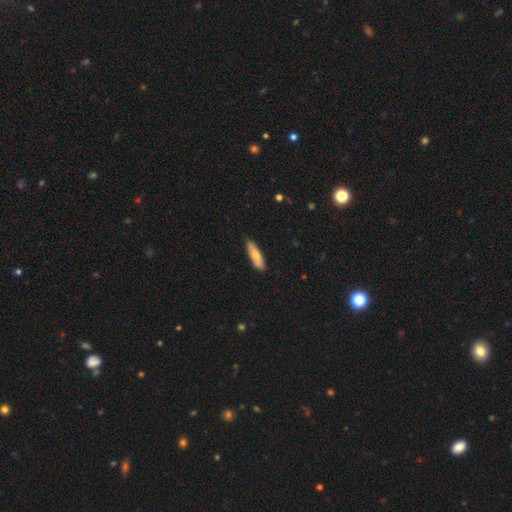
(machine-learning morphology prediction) A smooth galaxy with no disk features (70%) that is cigar-shaped (60%).

Vote fractions:
- Smooth or featured? smooth: 70% / featured or disk: 24% / star or artifact: 6%
- How rounded? cigar-shaped: 60% / in between: 38% / round: 2%
- Merging? none: 80% / minor disturbance: 16% / major disturbance: 2% / merger: 2%